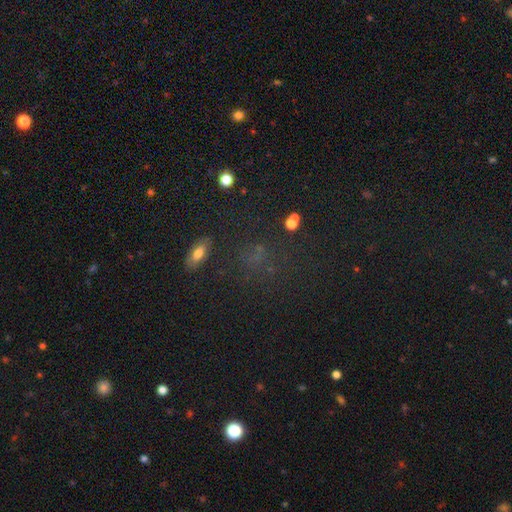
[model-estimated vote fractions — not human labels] This appears to be a star or artifact, not a galaxy (48%).